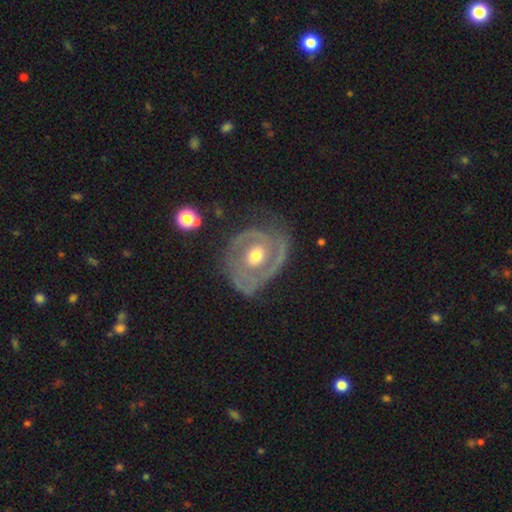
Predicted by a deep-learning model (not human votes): This is likely a featured or disk galaxy (79%). It is clearly not viewed edge-on (96%). Bar: likely no (75%). Spiral arm pattern: likely yes (72%). Spiral arm count: marginally 2 (35%). Spiral winding: likely tight (60%). Central bulge: likely moderate (72%). Merging: possibly none (57%).